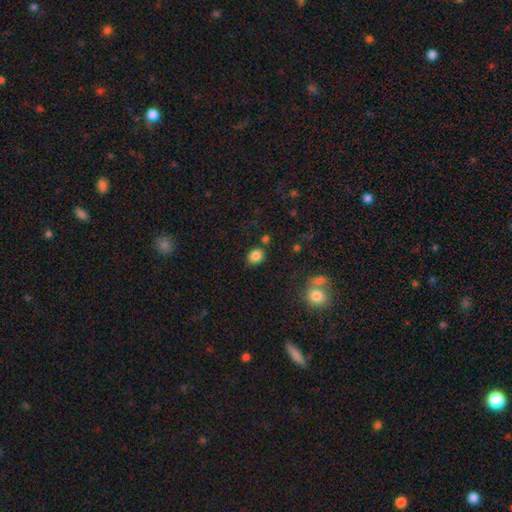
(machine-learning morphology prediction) A smooth galaxy with no disk features (85%) that is round (59%).

Vote fractions:
- Smooth or featured? smooth: 85% / star or artifact: 10% / featured or disk: 5%
- How rounded? round: 59% / in between: 40% / cigar-shaped: 1%
- Merging? none: 79% / minor disturbance: 11% / merger: 7% / major disturbance: 3%